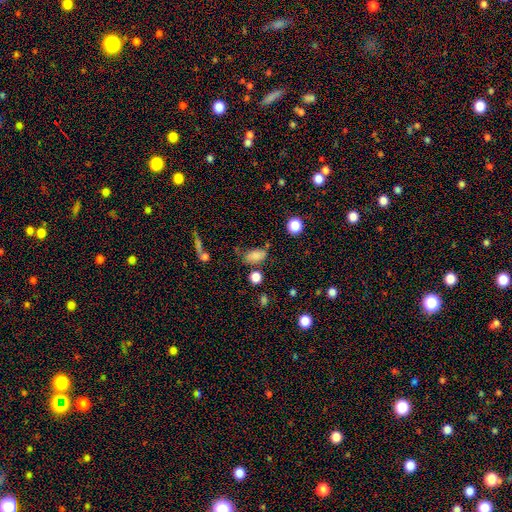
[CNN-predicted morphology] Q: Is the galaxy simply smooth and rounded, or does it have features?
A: smooth — 79%.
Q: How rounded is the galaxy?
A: in between — 87%.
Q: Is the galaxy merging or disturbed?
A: none — 61%.